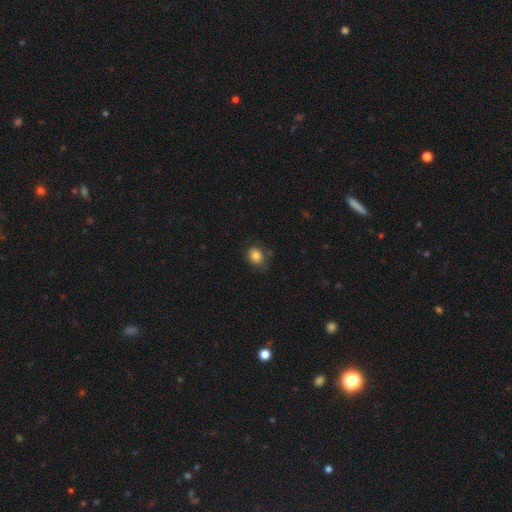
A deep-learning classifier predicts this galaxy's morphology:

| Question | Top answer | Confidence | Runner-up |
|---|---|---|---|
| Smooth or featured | smooth | 82% | star or artifact (10%) |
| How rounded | round | 68% | in between (31%) |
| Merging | none | 70% | minor disturbance (22%) |